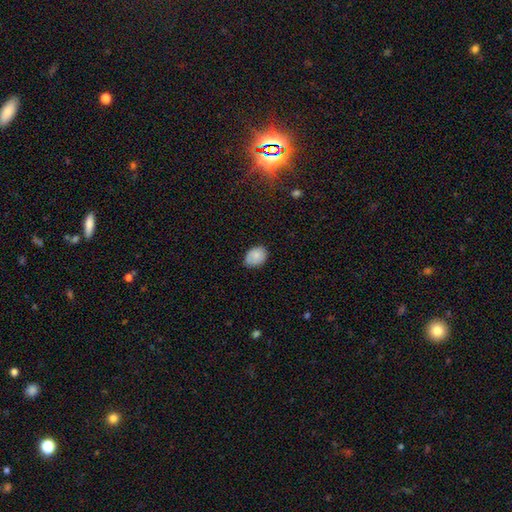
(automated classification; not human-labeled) This appears to be a smooth galaxy with no disk features (81%) that is in between round and cigar-shaped (70%). Merging: none (69%).